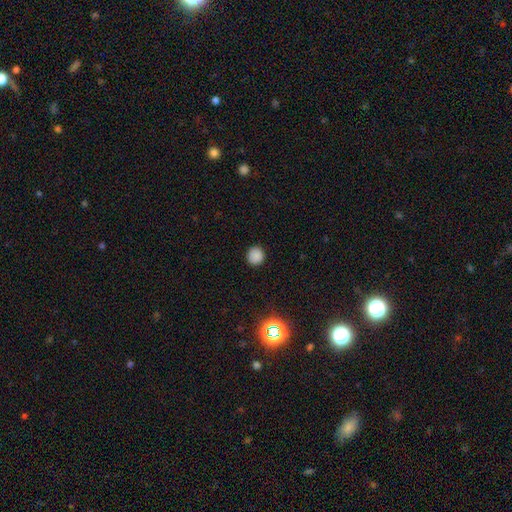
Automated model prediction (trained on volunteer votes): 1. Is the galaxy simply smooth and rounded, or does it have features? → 84% smooth, 13% star or artifact, 3% featured or disk.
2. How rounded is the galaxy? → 92% round, 7% in between, 1% cigar-shaped.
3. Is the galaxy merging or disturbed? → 91% none, 6% minor disturbance, 2% major disturbance, 1% merger.